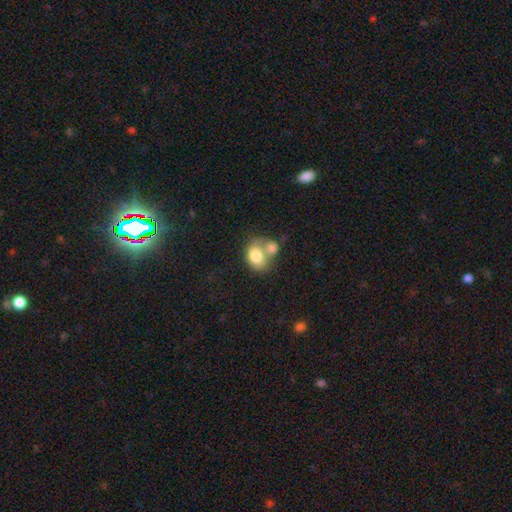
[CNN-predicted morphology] Smooth or featured: smooth — 76% (featured or disk — 16%)
How rounded: in between — 64% (round — 35%)
Merging: merger — 61% (none — 22%)